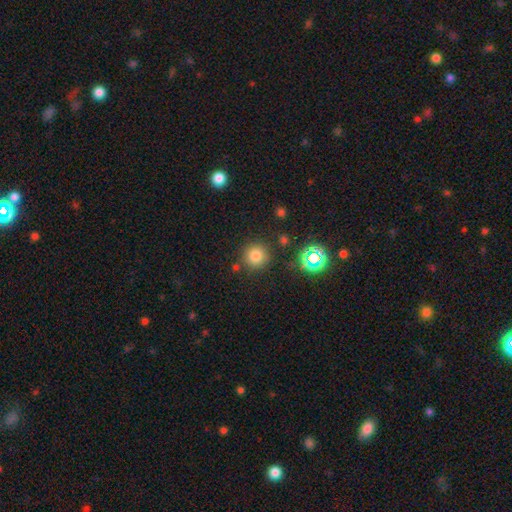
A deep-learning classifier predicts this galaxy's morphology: Overall: smooth (76%). How rounded: round (94%). Merging: none (84%).